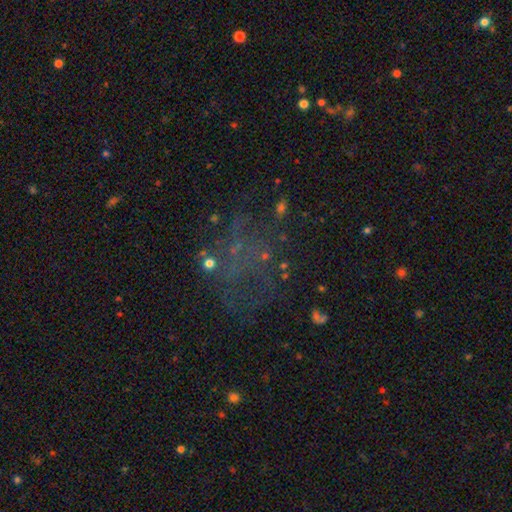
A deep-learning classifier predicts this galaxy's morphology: The model was most divided on "smooth or featured": star or artifact: 40%, featured or disk: 36%, smooth: 24%.